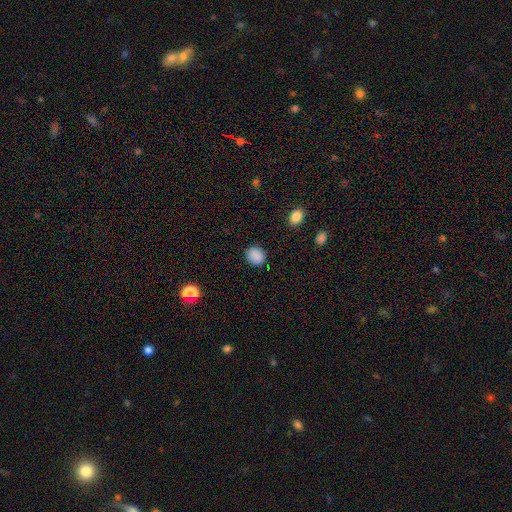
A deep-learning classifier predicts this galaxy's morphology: Smooth or featured?
  - smooth: 88% *
  - star or artifact: 9%
  - featured or disk: 3%
How rounded?
  - round: 72% *
  - in between: 27%
  - cigar-shaped: 1%
Merging?
  - none: 88% *
  - minor disturbance: 8%
  - major disturbance: 3%
  - merger: 1%